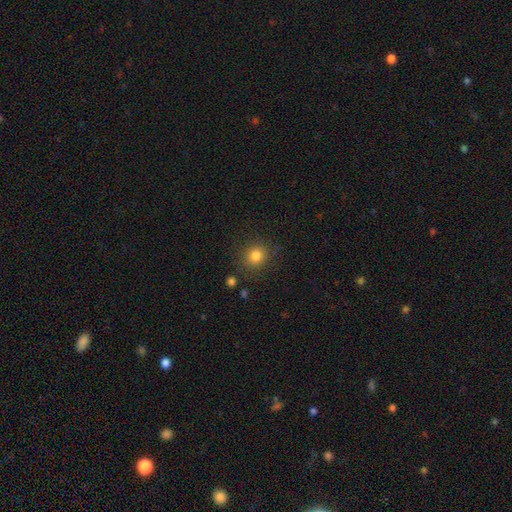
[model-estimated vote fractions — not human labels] Overall: smooth (82%). How rounded: round (86%). Merging: none (86%).